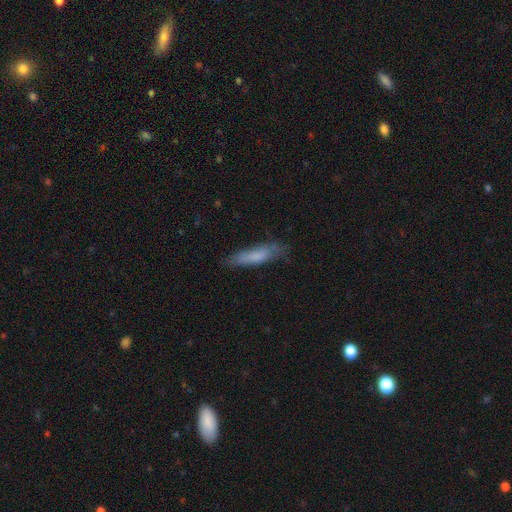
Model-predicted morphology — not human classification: Smooth or featured?
  - smooth: 71% *
  - featured or disk: 22%
  - star or artifact: 7%
How rounded?
  - cigar-shaped: 79% *
  - in between: 19%
  - round: 1%
Merging?
  - none: 72% *
  - minor disturbance: 20%
  - major disturbance: 6%
  - merger: 2%